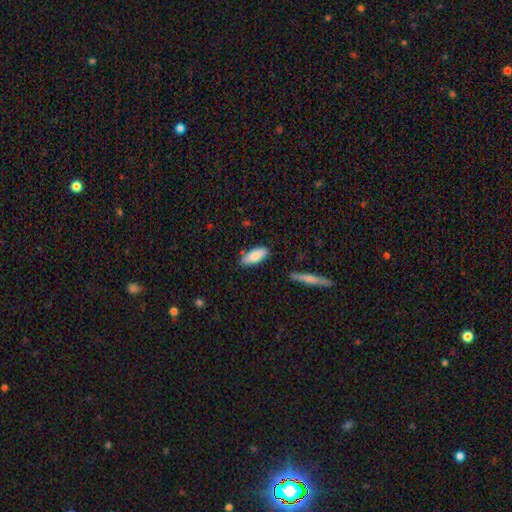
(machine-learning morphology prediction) This appears to be a smooth galaxy with no disk features (82%) that is in between round and cigar-shaped (81%). Merging: none (82%).